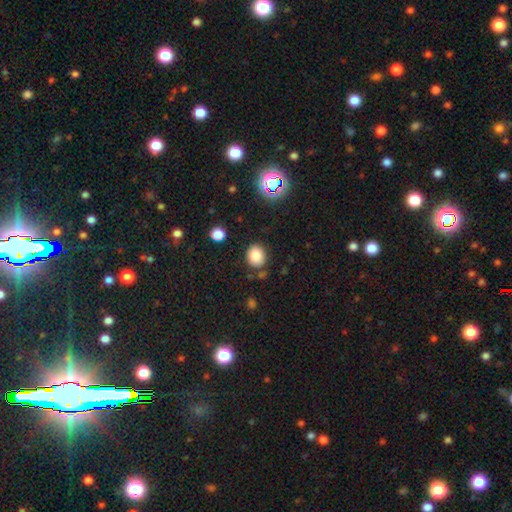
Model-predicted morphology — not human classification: smooth 83%, star or artifact 12%, featured or disk 5%. Down the decision tree: how rounded — round (64%); merging — none (81%).